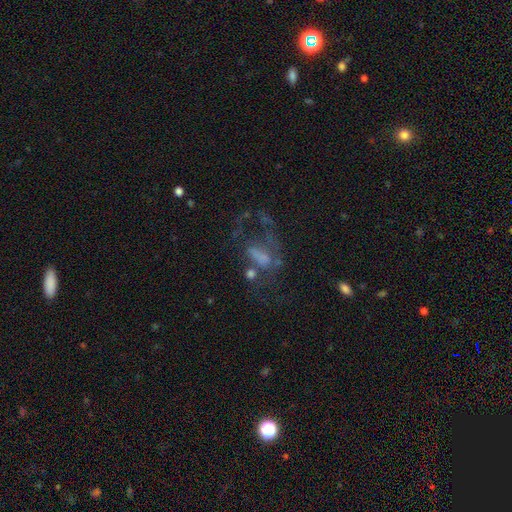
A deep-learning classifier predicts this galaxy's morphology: Q: Smooth or featured?
A: featured or disk (58%); runner-up: star or artifact (25%)
Q: Edge-on disk?
A: no (95%); runner-up: yes (5%)
Q: Bar?
A: no (48%); runner-up: weak (35%)
Q: Spiral arms?
A: yes (55%); runner-up: no (45%)
Q: Bulge size?
A: none (44%); runner-up: small (27%)
Q: Merging?
A: major disturbance (39%); runner-up: none (37%)